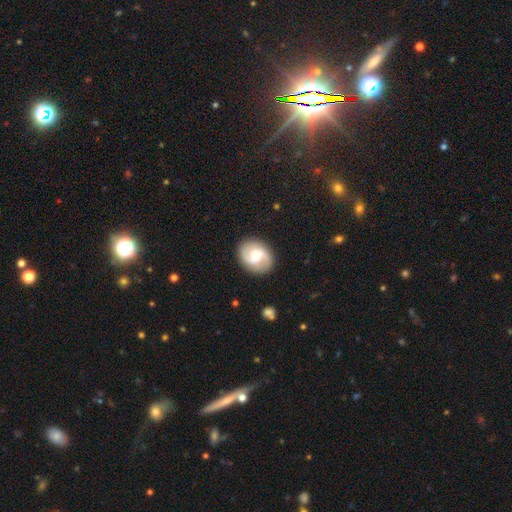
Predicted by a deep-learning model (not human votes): Smooth or featured?
  - featured or disk: 69% *
  - smooth: 25%
  - star or artifact: 6%
Edge-on disk?
  - no: 98% *
  - yes: 2%
Bar?
  - weak: 48% *
  - no: 41%
  - strong: 11%
Spiral arms?
  - yes: 93% *
  - no: 7%
Spiral winding?
  - medium: 46% *
  - loose: 32%
  - tight: 21%
Spiral arm count?
  - 2: 89% *
  - can't tell: 5%
  - 1: 2%
  - 3: 2%
  - 4: 1%
  - more than 4: 1%
Bulge size?
  - moderate: 51% *
  - small: 28%
  - large: 14%
  - none: 5%
  - dominant: 2%
Merging?
  - none: 84% *
  - minor disturbance: 11%
  - major disturbance: 4%
  - merger: 1%